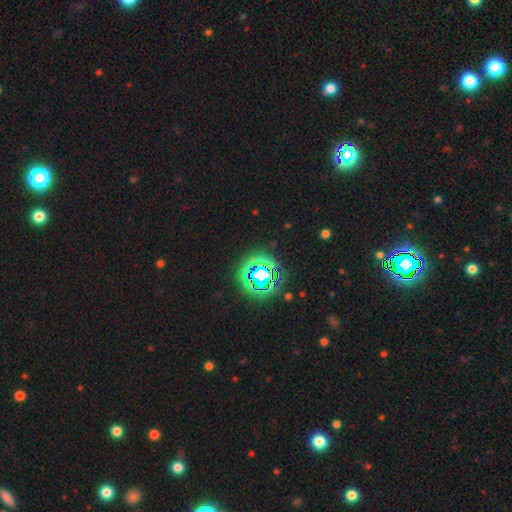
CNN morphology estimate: A star or artifact, not a galaxy (81%).

Vote fractions:
- Smooth or featured? star or artifact: 81% / smooth: 13% / featured or disk: 6%